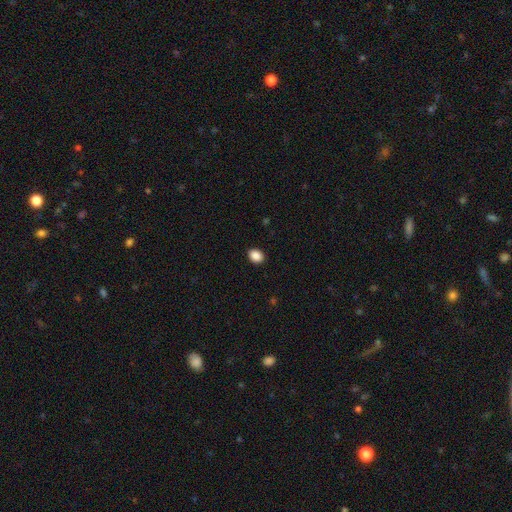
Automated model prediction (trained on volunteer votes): Q: Smooth or featured?
A: smooth (89%); runner-up: star or artifact (9%)
Q: How rounded?
A: in between (58%); runner-up: round (41%)
Q: Merging?
A: none (91%); runner-up: minor disturbance (6%)